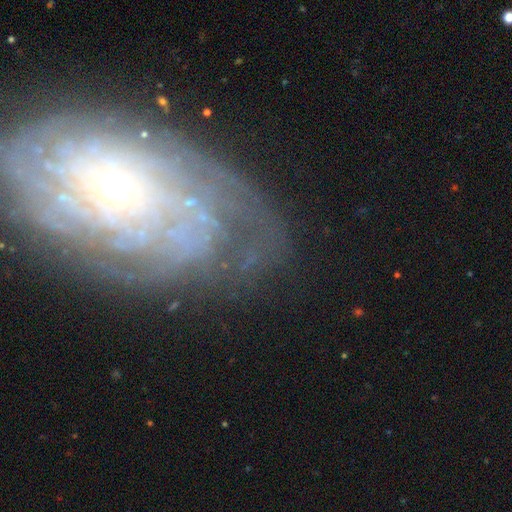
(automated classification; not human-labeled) Morphology: type=featured or disk (74%); edge-on=no (94%); bar=no (77%); spiral arms=yes (78%); winding=tight (72%); arm count=can't tell (52%); bulge=small (70%); merging=none (66%).